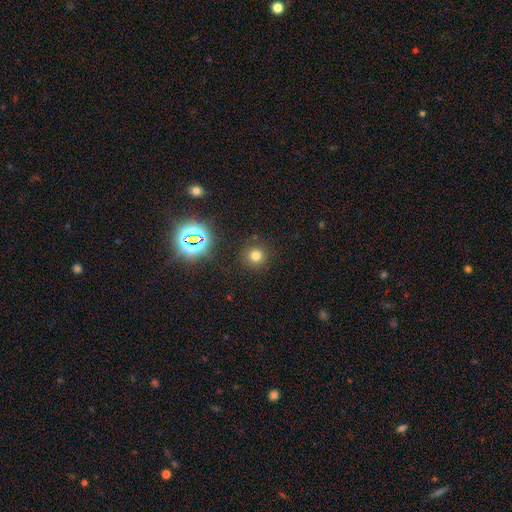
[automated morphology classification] This is likely a smooth galaxy (70%). How rounded: clearly round (93%). Merging: clearly none (88%).